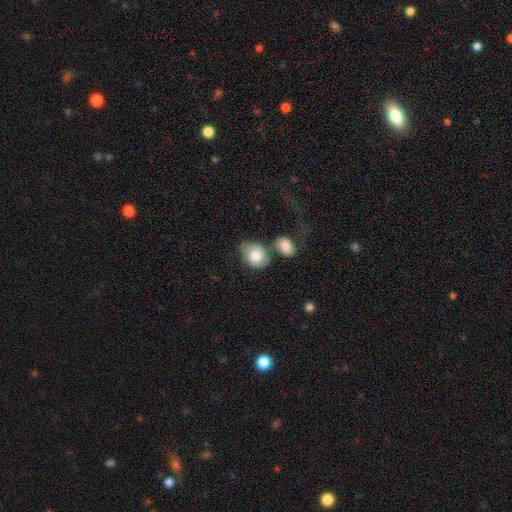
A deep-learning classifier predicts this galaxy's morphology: Smooth or featured?
  - smooth: 68% *
  - featured or disk: 26%
  - star or artifact: 7%
How rounded?
  - in between: 58% *
  - round: 41%
  - cigar-shaped: 1%
Merging?
  - merger: 35% * (tied)
  - none: 35% * (tied)
  - minor disturbance: 18%
  - major disturbance: 12%